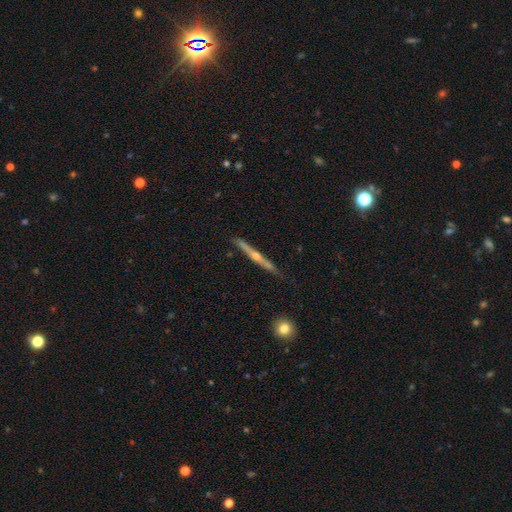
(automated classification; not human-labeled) The model was most divided on "smooth or featured": featured or disk: 76%, smooth: 19%, star or artifact: 6%. More confident: edge-on disk — yes (98%); merging — none (85%); edge-on bulge — rounded (84%).